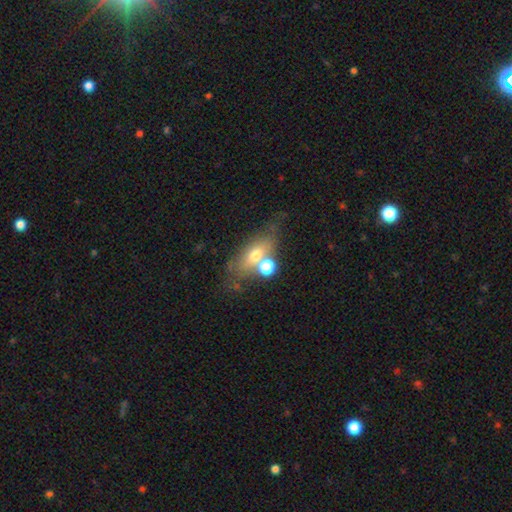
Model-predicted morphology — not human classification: smooth-or-featured: smooth: 57% | featured or disk: 31% | star or artifact: 12%
  how-rounded: in between: 64% | round: 18% | cigar-shaped: 18%
  merging: none: 48% | merger: 25% | minor disturbance: 16% | major disturbance: 10%